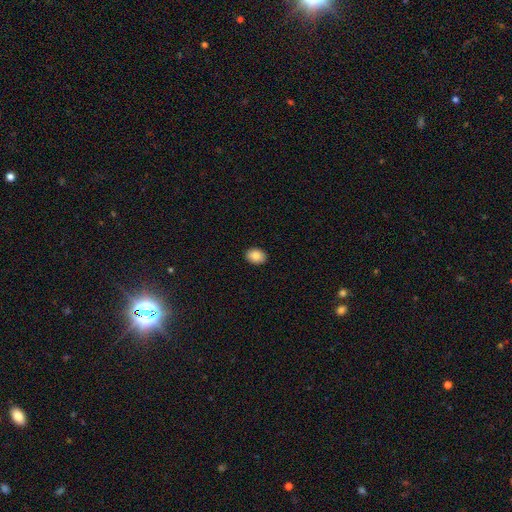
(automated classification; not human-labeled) smooth_or_featured: smooth (p=0.86) [alt: star or artifact p=0.08]
how_rounded: in between (p=0.71) [alt: round p=0.28]
merging: none (p=0.91) [alt: minor disturbance p=0.07]